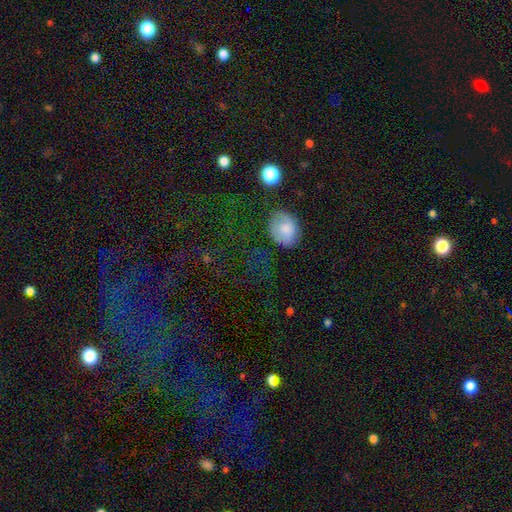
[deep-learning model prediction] The model was most divided on "smooth or featured": smooth: 43%, star or artifact: 42%, featured or disk: 15%. More confident: merging — none (72%).